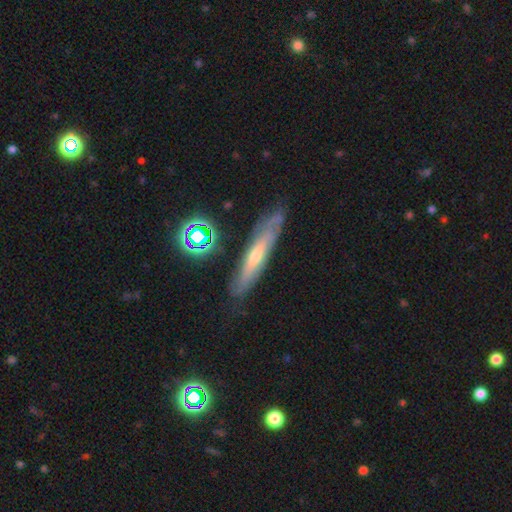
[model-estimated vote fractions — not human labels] Smooth or featured: featured or disk — 61% (smooth — 29%)
Edge-on disk: yes — 68% (no — 32%)
Merging: none — 77% (minor disturbance — 17%)